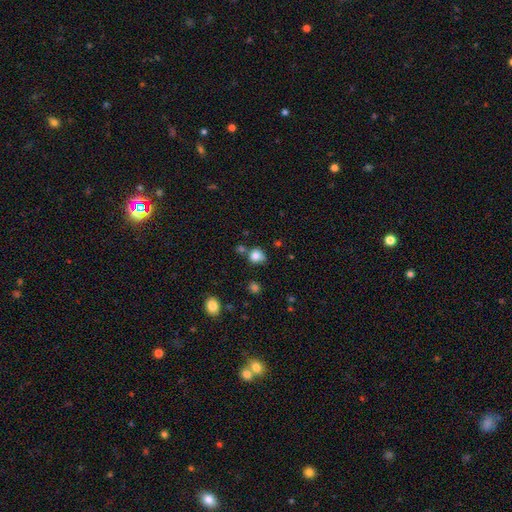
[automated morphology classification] Smooth or featured? Predicted: smooth (p=0.81). How rounded? Predicted: round (p=0.73). Merging? Predicted: none (p=0.57).